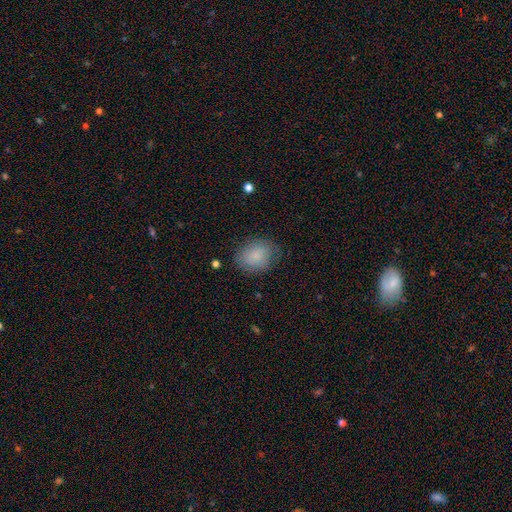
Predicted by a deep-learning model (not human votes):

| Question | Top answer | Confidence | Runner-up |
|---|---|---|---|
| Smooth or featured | smooth | 82% | featured or disk (10%) |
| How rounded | in between | 58% | round (41%) |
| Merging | none | 73% | minor disturbance (19%) |